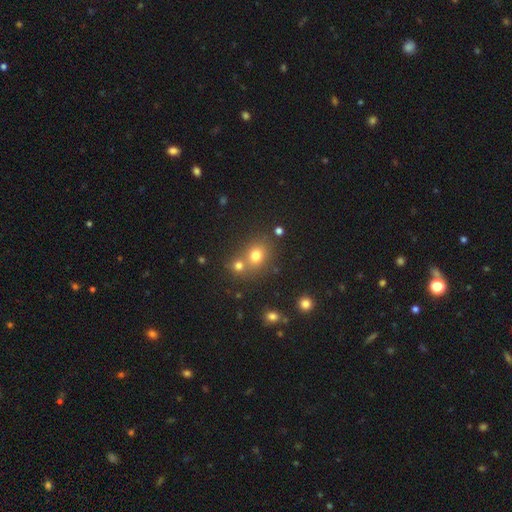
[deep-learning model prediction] This is likely a smooth galaxy (73%). How rounded: likely round (66%). Merging: possibly none (53%).